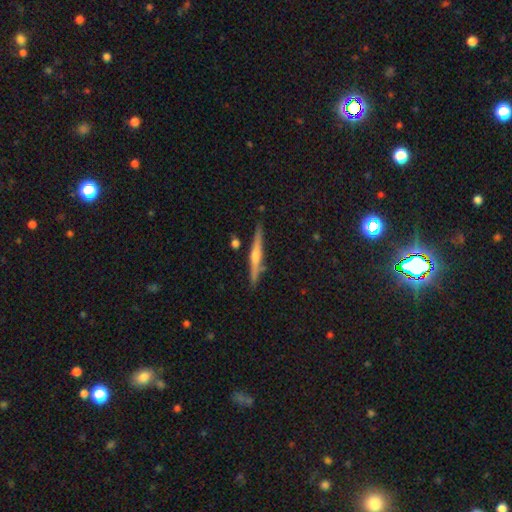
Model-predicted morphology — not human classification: This is likely a featured or disk galaxy (73%). It is clearly viewed edge-on (98%). Edge-on bulge: clearly rounded (81%). Merging: clearly none (89%).